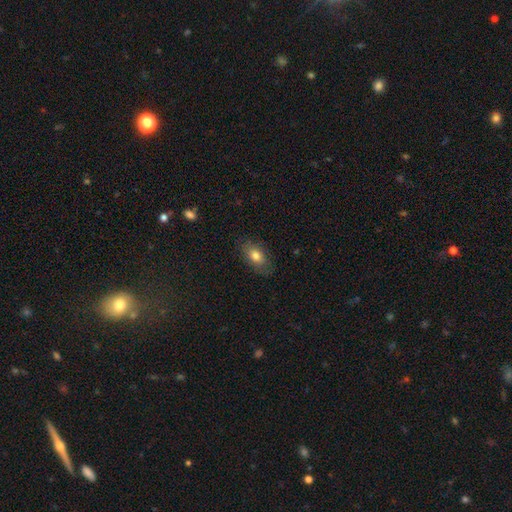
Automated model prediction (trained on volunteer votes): smooth 77%, featured or disk 15%, star or artifact 8%. Down the decision tree: how rounded — in between (86%); merging — none (80%).